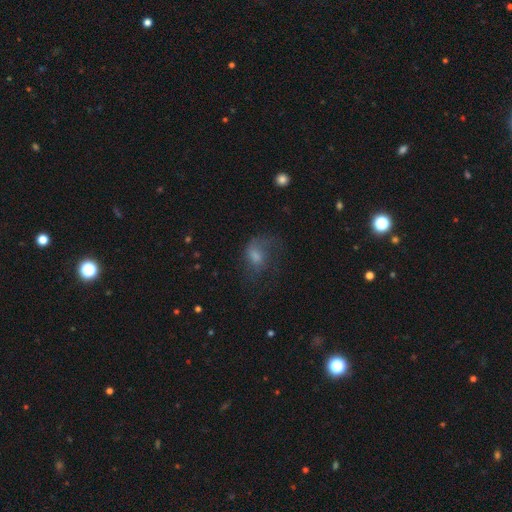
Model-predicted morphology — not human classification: This is possibly a smooth galaxy (49%). Merging: marginally major disturbance (39%).